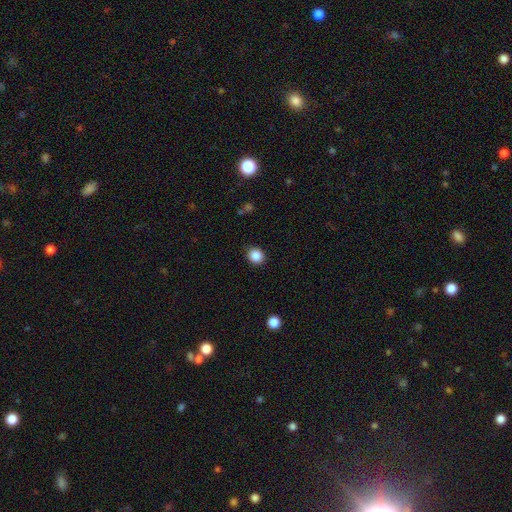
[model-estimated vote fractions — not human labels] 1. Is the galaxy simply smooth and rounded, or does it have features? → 87% smooth, 10% star or artifact, 3% featured or disk.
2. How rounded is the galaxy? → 81% round, 18% in between, 1% cigar-shaped.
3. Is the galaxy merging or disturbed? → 89% none, 7% minor disturbance, 2% major disturbance, 1% merger.